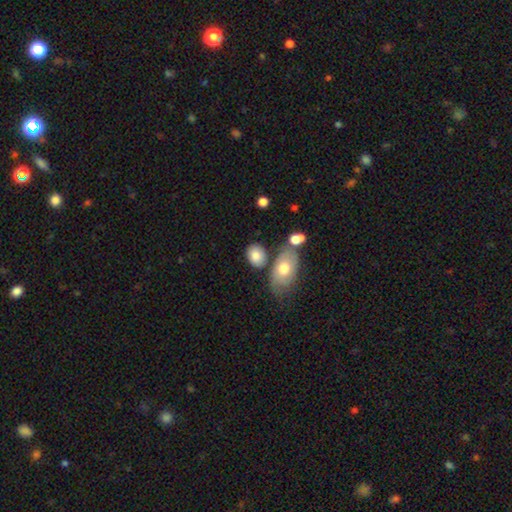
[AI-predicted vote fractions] A smooth galaxy with no disk features (78%) that is in between round and cigar-shaped (71%).

Vote fractions:
- Smooth or featured? smooth: 78% / featured or disk: 14% / star or artifact: 8%
- How rounded? in between: 71% / round: 27% / cigar-shaped: 2%
- Merging? none: 62% / merger: 17% / minor disturbance: 16% / major disturbance: 5%